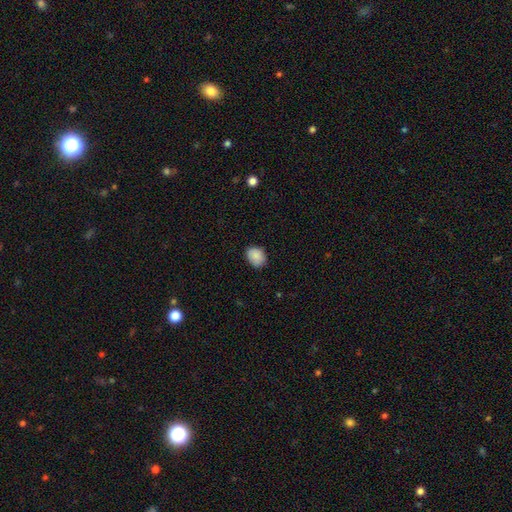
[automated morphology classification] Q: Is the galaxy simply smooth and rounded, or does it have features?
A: smooth — 87%.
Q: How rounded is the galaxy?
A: in between — 57%.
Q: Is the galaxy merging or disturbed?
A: none — 77%.